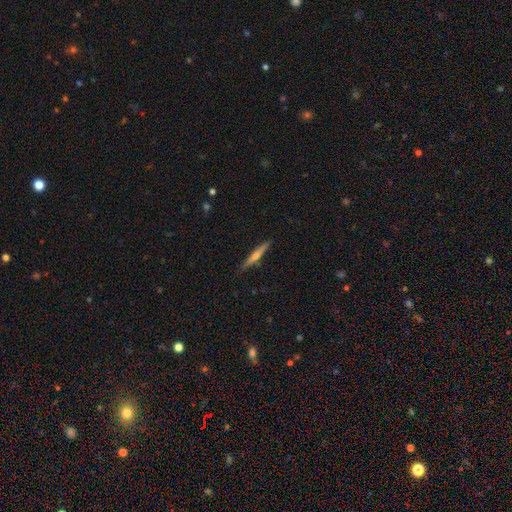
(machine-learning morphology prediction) This appears to be a featured or disk galaxy (66%) viewed edge-on (98%) with a rounded central bulge (79%). Merging: none (90%).